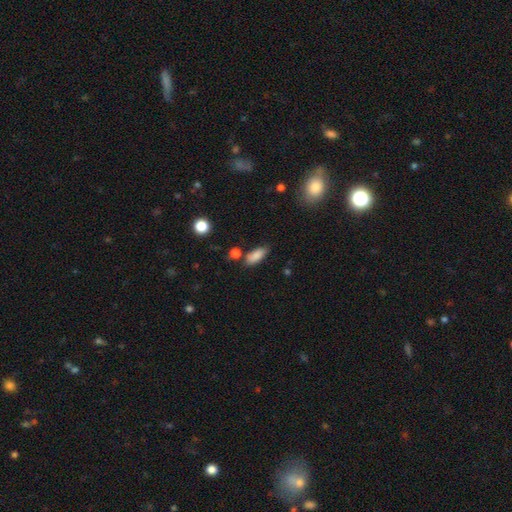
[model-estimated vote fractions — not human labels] Q: Smooth or featured?
A: smooth (86%); runner-up: star or artifact (8%)
Q: How rounded?
A: in between (80%); runner-up: cigar-shaped (17%)
Q: Merging?
A: none (72%); runner-up: minor disturbance (16%)